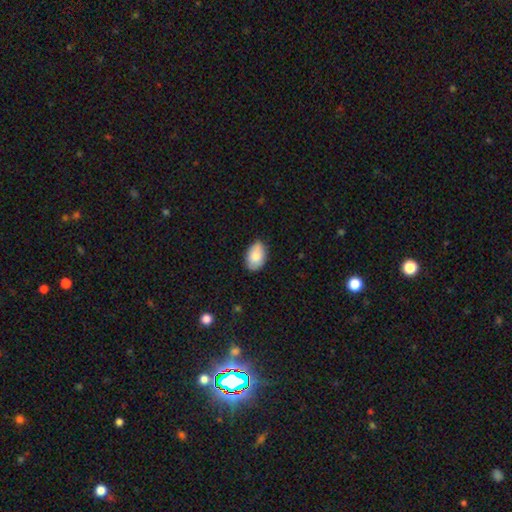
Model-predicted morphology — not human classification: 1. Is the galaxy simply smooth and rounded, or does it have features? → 83% smooth, 11% featured or disk, 6% star or artifact.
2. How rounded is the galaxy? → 90% in between, 9% round, 1% cigar-shaped.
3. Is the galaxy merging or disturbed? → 80% none, 17% minor disturbance, 2% major disturbance, 1% merger.